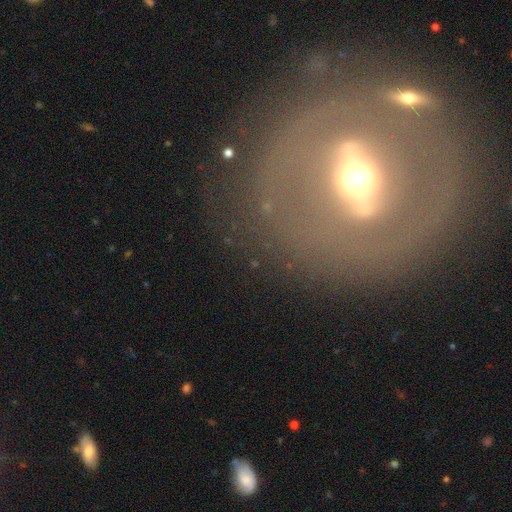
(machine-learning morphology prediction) This appears to be a featured or disk galaxy (71%) with a strong bar (45%), no spiral arms (72%) and a moderate central bulge (66%). Merging: none (78%).